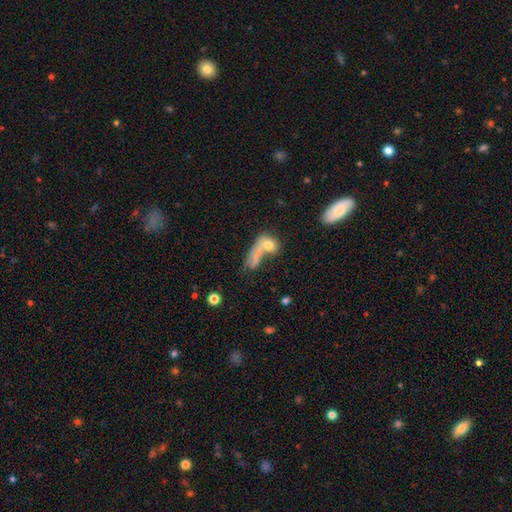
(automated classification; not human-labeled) Smooth or featured: smooth — 67% (featured or disk — 21%)
How rounded: in between — 40% (cigar-shaped — 38%)
Merging: merger — 38% (none — 35%)